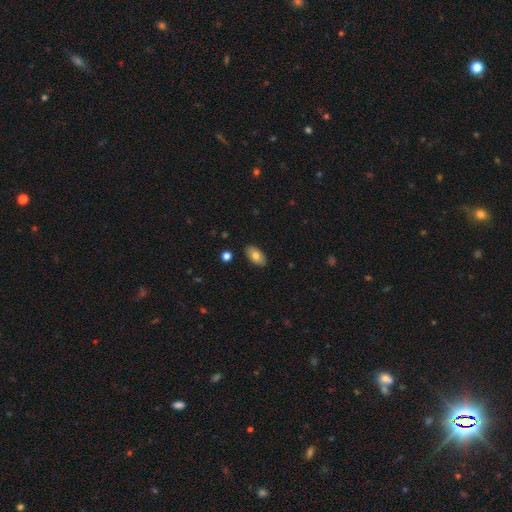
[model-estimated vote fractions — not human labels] smooth_or_featured: smooth (p=0.77) [alt: featured or disk p=0.16]
how_rounded: in between (p=0.93) [alt: round p=0.04]
merging: none (p=0.88) [alt: minor disturbance p=0.09]